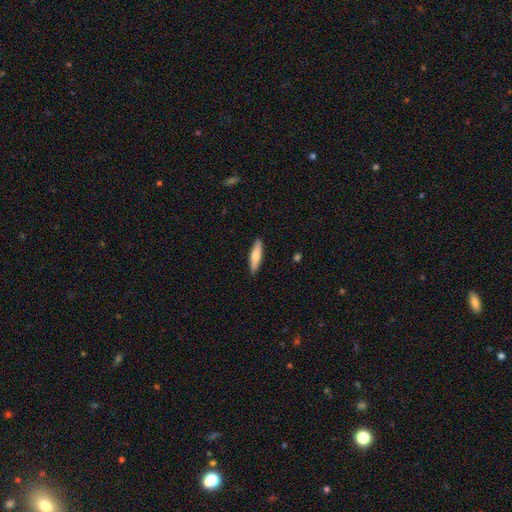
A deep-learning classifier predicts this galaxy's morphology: A smooth galaxy with no disk features (70%) that is cigar-shaped (71%).

Vote fractions:
- Smooth or featured? smooth: 70% / featured or disk: 25% / star or artifact: 5%
- How rounded? cigar-shaped: 71% / in between: 28% / round: 2%
- Merging? none: 89% / minor disturbance: 8% / major disturbance: 2% / merger: 1%